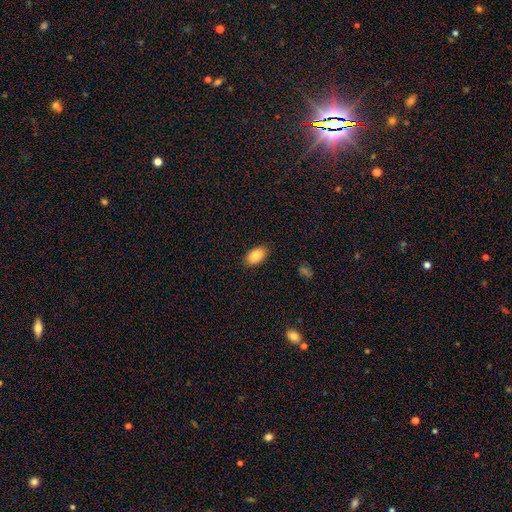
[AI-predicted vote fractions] Smooth or featured: smooth — 86% (star or artifact — 7%)
How rounded: in between — 93% (round — 6%)
Merging: none — 88% (minor disturbance — 9%)